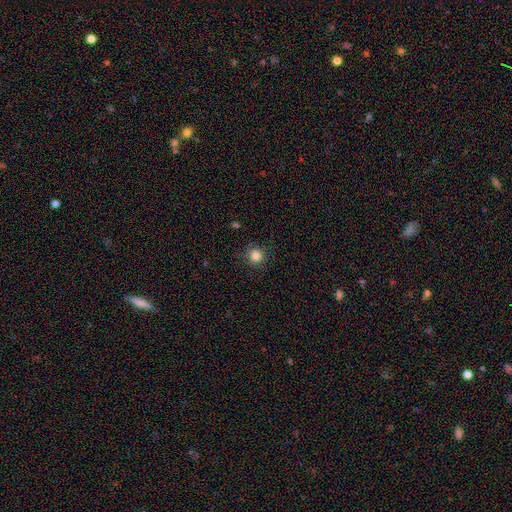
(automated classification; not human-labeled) Smooth or featured: smooth — 84% (star or artifact — 11%)
How rounded: round — 94% (in between — 5%)
Merging: none — 87% (minor disturbance — 9%)